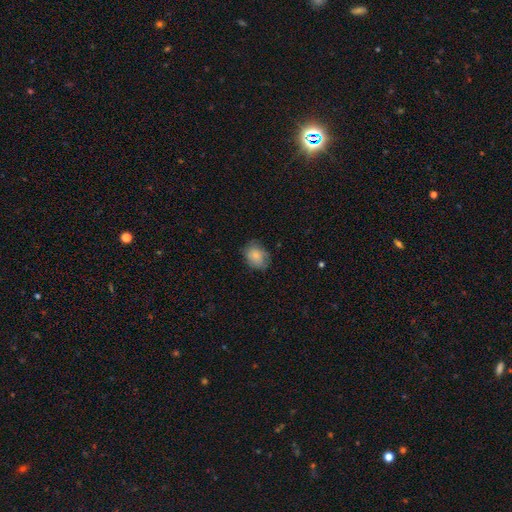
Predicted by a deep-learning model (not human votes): A smooth galaxy with no disk features (79%) that is in between round and cigar-shaped (51%).

Vote fractions:
- Smooth or featured? smooth: 79% / featured or disk: 13% / star or artifact: 8%
- How rounded? in between: 51% / round: 48% / cigar-shaped: 1%
- Merging? none: 69% / minor disturbance: 24% / major disturbance: 6% / merger: 1%